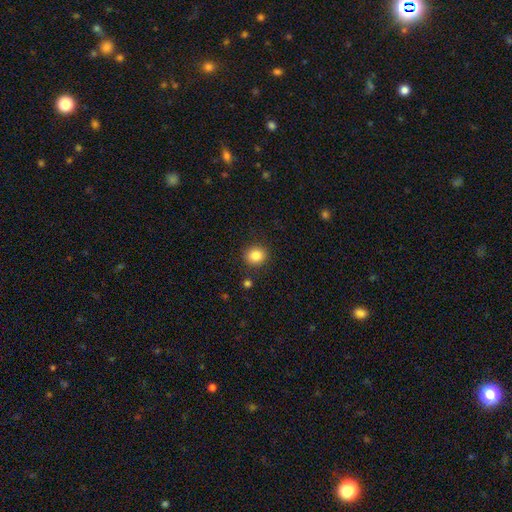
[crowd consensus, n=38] This is clearly a smooth galaxy (87%). How rounded: clearly round (88%). Merging: clearly none (88%).